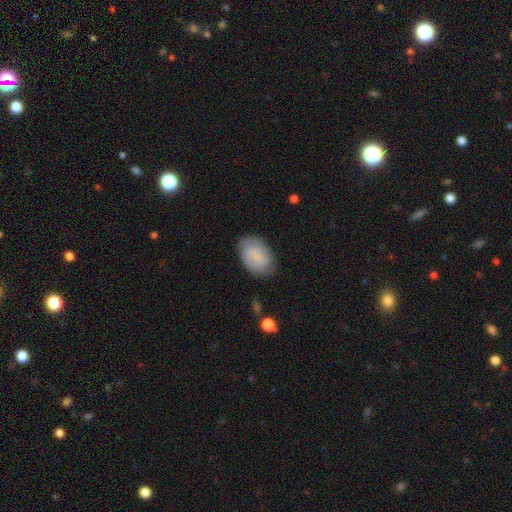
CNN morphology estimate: Smooth or featured? Predicted: smooth (p=0.69). How rounded? Predicted: in between (p=0.83). Merging? Predicted: none (p=0.76).